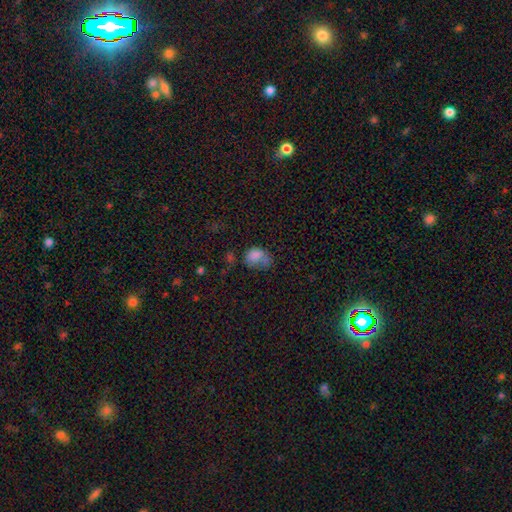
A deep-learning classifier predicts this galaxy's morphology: type=smooth (76%); roundness=in between (62%); merging=none (31%).